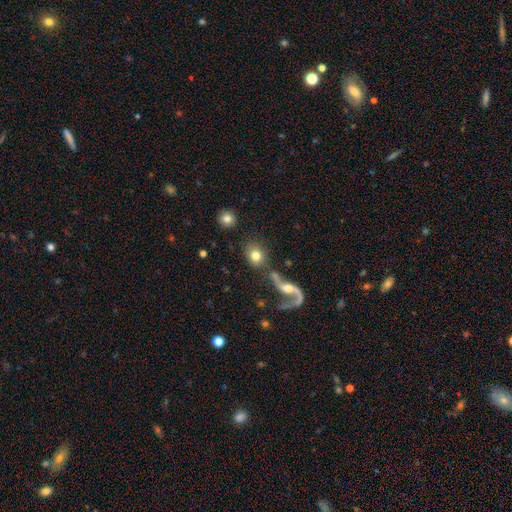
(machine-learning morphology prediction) smooth 74%, featured or disk 18%, star or artifact 8%. Down the decision tree: how rounded — round (59%); merging — none (67%).